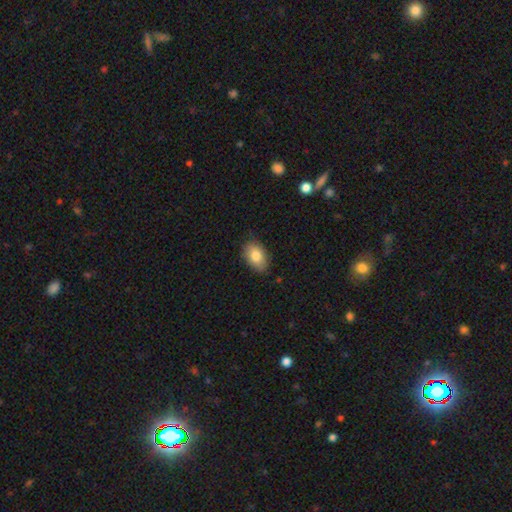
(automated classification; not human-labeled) Smooth or featured? smooth (82%)
How rounded? in between (87%)
Merging? none (81%)